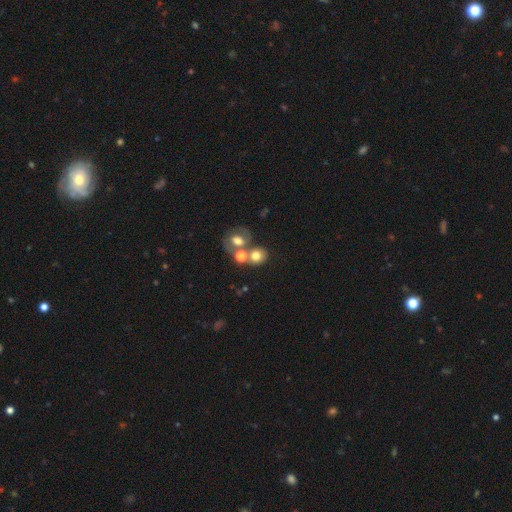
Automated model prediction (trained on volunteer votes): Overall: smooth (68%). How rounded: round (72%). Merging: none (45%; merger 40%).